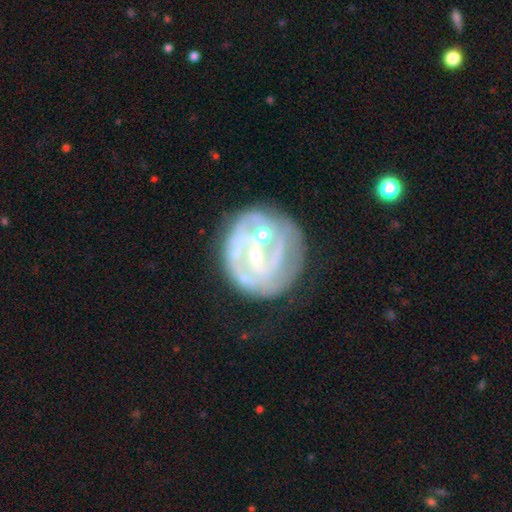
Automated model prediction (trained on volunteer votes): Smooth or featured?
  - featured or disk: 74% *
  - smooth: 18%
  - star or artifact: 8%
Edge-on disk?
  - no: 97% *
  - yes: 3%
Bar?
  - no: 42% *
  - weak: 34%
  - strong: 24%
Spiral arms?
  - yes: 56% *
  - no: 44%
Bulge size?
  - small: 50% *
  - moderate: 35%
  - none: 10%
  - large: 3%
  - dominant: 2%
Merging?
  - none: 48% *
  - minor disturbance: 20%
  - major disturbance: 17%
  - merger: 15%